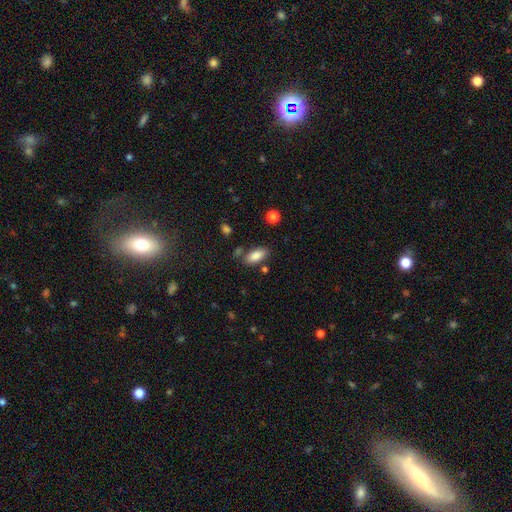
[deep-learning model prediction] smooth 85%, featured or disk 8%, star or artifact 7%. Down the decision tree: how rounded — in between (87%); merging — none (76%).